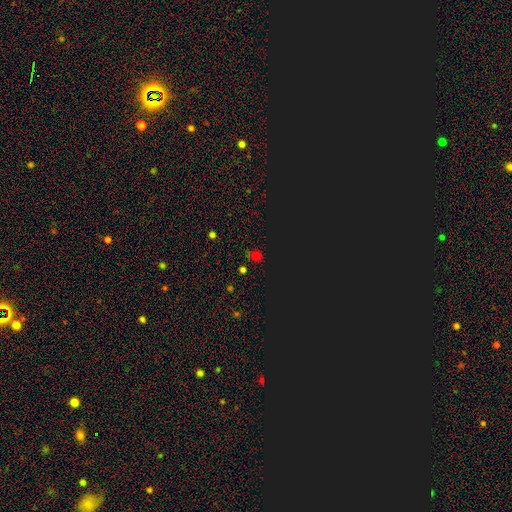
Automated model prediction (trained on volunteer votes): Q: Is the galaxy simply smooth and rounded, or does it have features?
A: star or artifact — 53%.